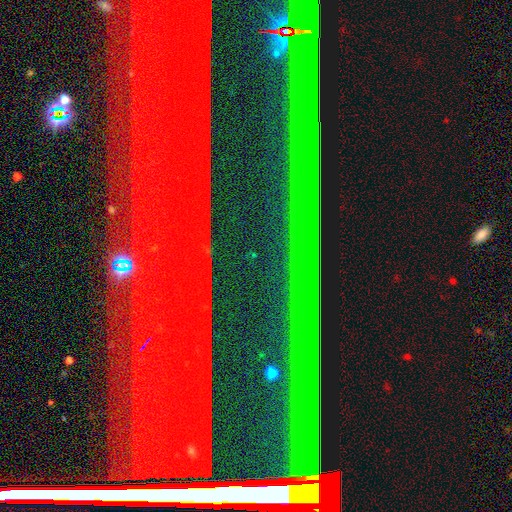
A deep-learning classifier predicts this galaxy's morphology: The model was most divided on "smooth or featured": star or artifact: 85%, featured or disk: 9%, smooth: 5%.